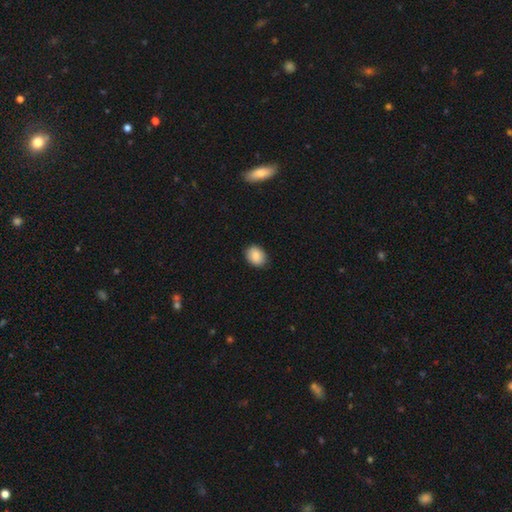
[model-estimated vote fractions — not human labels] smooth 87%, star or artifact 8%, featured or disk 6%. Down the decision tree: how rounded — in between (64%); merging — none (87%).